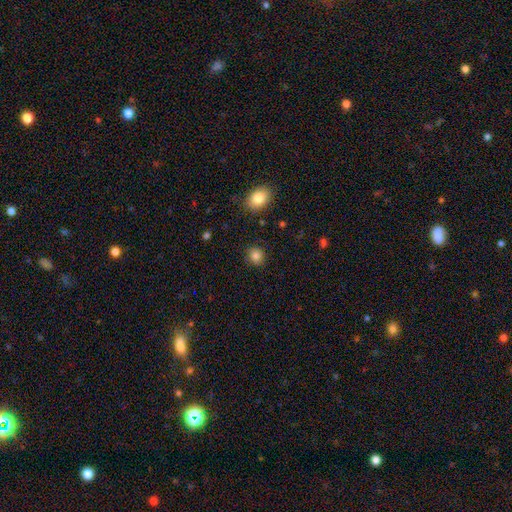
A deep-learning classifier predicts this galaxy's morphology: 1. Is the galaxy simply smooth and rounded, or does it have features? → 84% smooth, 11% star or artifact, 5% featured or disk.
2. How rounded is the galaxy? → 80% round, 19% in between, 1% cigar-shaped.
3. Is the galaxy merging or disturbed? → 88% none, 8% minor disturbance, 2% major disturbance, 1% merger.